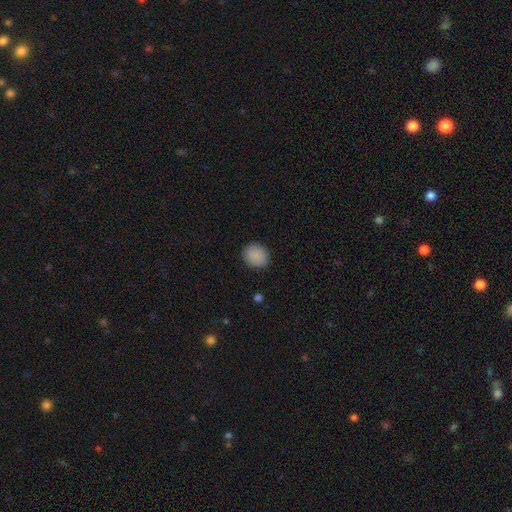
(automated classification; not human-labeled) Smooth or featured: smooth — 88% (star or artifact — 8%)
How rounded: round — 74% (in between — 25%)
Merging: none — 88% (minor disturbance — 8%)